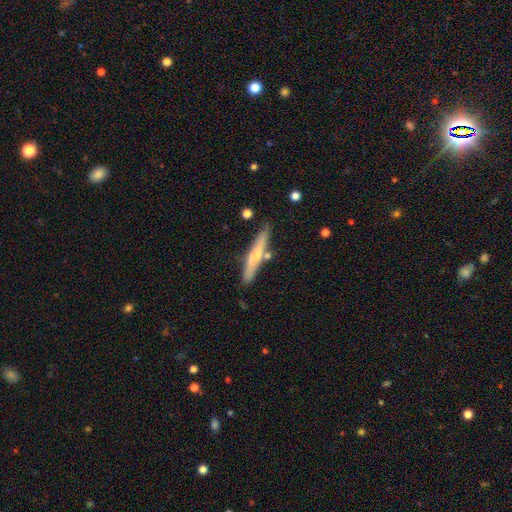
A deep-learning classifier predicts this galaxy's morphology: Q: Smooth or featured?
A: smooth (52%); runner-up: featured or disk (42%)
Q: How rounded?
A: cigar-shaped (92%); runner-up: in between (7%)
Q: Merging?
A: none (76%); runner-up: minor disturbance (14%)